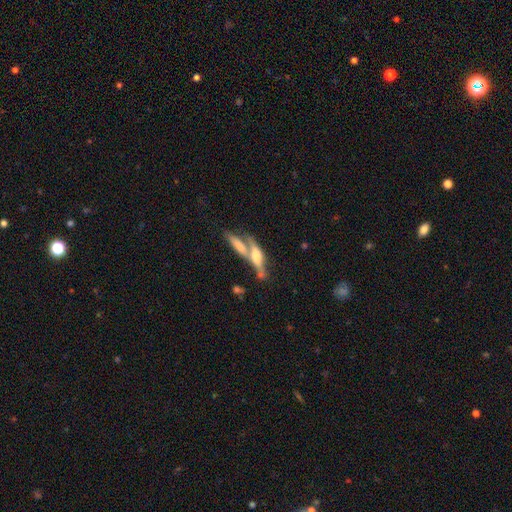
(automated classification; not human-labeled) A featured or disk galaxy (55%) viewed edge-on (77%). Merging: merger (51%).